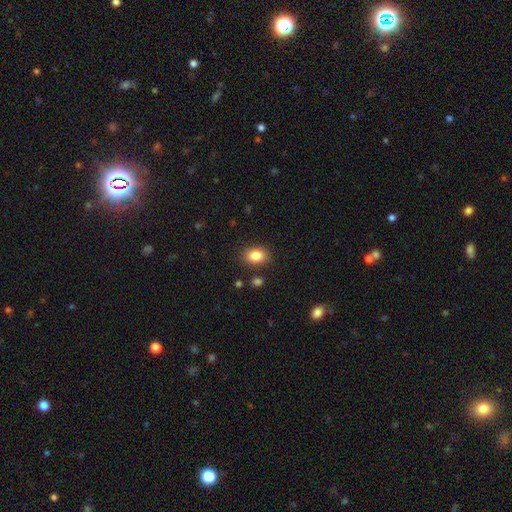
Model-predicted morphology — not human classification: type=smooth (85%); roundness=in between (76%); merging=none (84%).